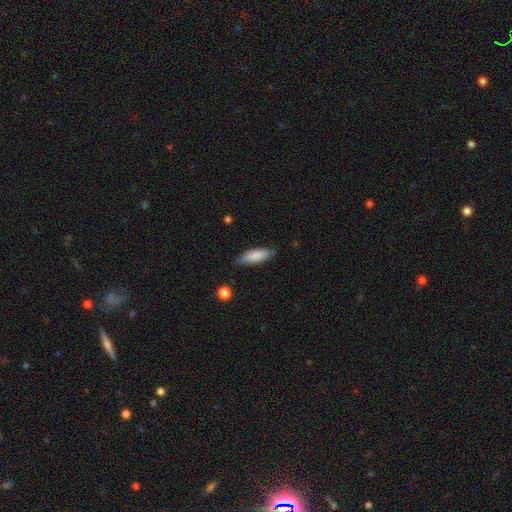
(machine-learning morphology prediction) smooth_or_featured: smooth (p=0.81) [alt: featured or disk p=0.13]
how_rounded: in between (p=0.53) [alt: cigar-shaped p=0.45]
merging: none (p=0.80) [alt: minor disturbance p=0.16]